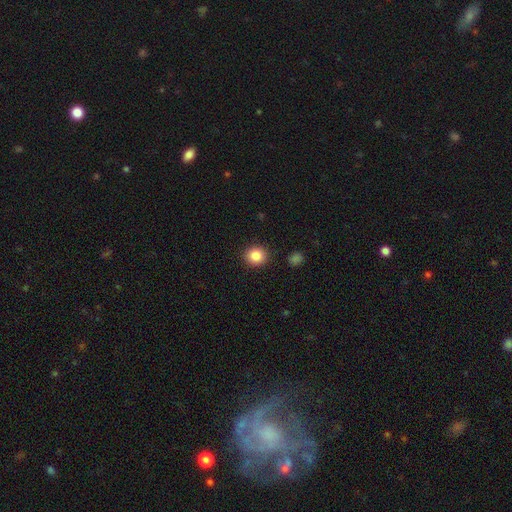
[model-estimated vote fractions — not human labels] smooth 86%, star or artifact 9%, featured or disk 4%. Down the decision tree: how rounded — round (81%); merging — none (89%).